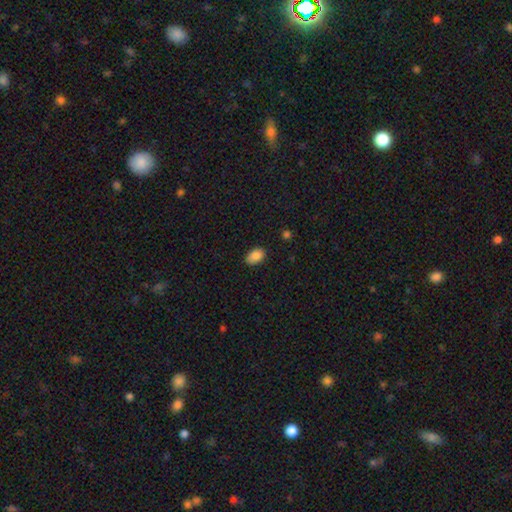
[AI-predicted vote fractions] A smooth galaxy with no disk features (86%) that is in between round and cigar-shaped (89%). Merging: none (83%).